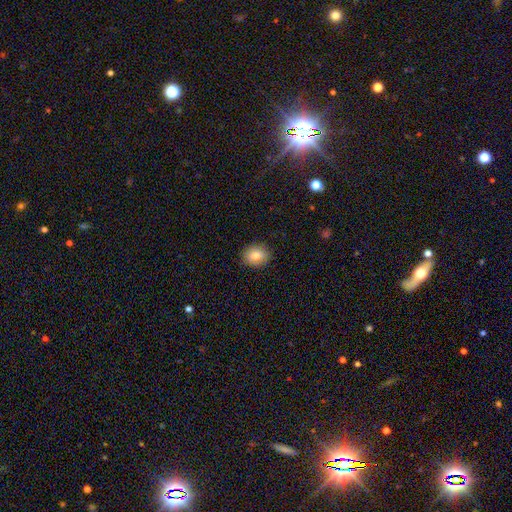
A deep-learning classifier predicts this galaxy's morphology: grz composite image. It shows a smooth galaxy with no disk features (81%) that is round (57%). Merging: none (89%).